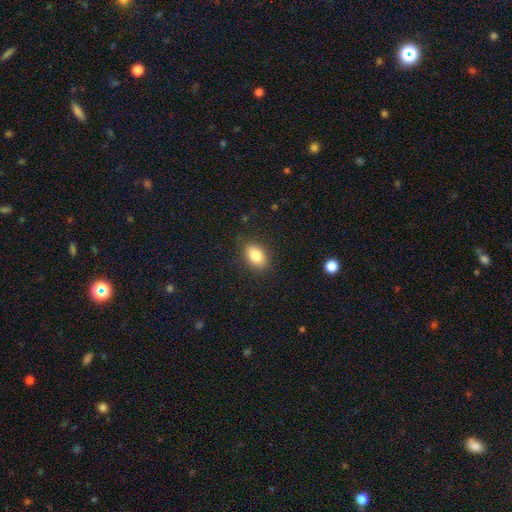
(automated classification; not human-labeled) Smooth or featured: smooth — 83% (star or artifact — 9%)
How rounded: in between — 84% (round — 14%)
Merging: none — 86% (minor disturbance — 11%)